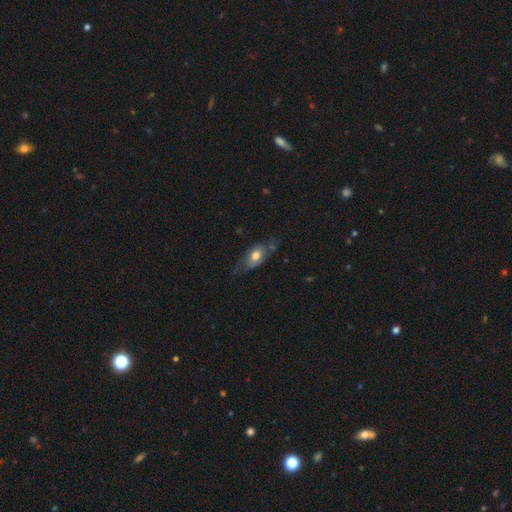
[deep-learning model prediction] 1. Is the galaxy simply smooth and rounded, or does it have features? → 57% smooth, 36% featured or disk, 7% star or artifact.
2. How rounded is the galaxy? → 84% in between, 8% cigar-shaped, 8% round.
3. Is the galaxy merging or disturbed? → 52% none, 31% minor disturbance, 14% major disturbance, 4% merger.